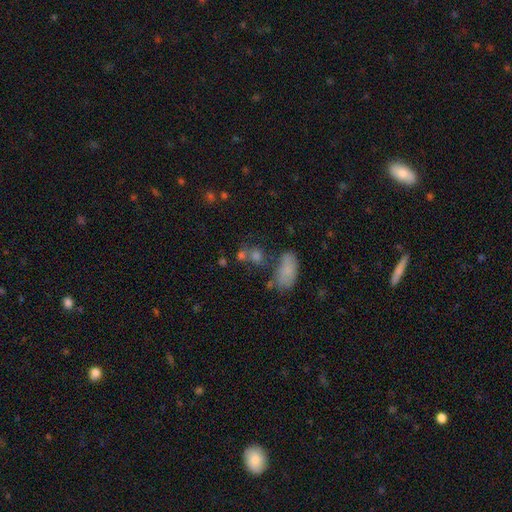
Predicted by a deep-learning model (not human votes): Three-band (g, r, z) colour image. It shows a smooth galaxy with no disk features (62%) that is round (50%). Merging: none (51%).